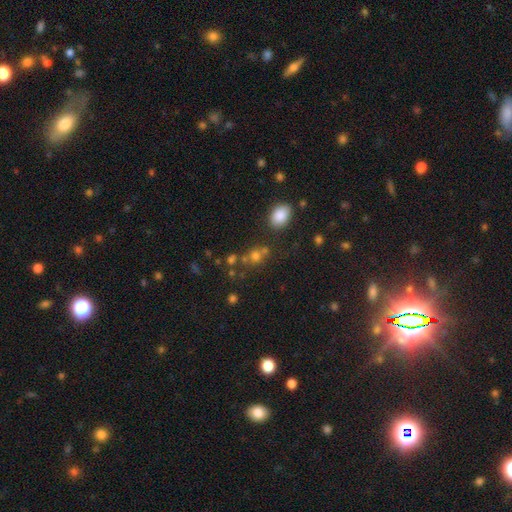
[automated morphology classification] A smooth galaxy with no disk features (63%) that is round (71%). Merging: none (57%).